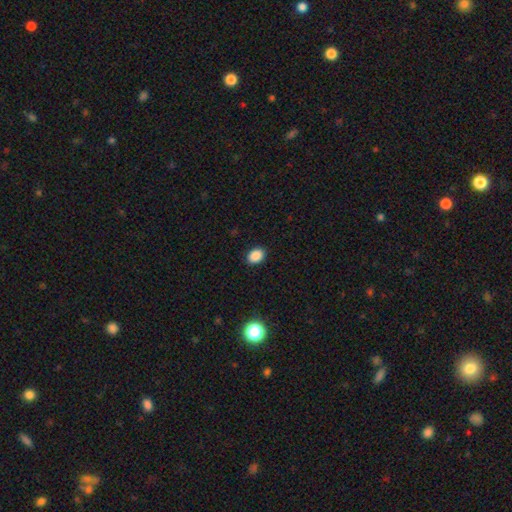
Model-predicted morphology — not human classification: Smooth or featured? Predicted: smooth (p=0.88). How rounded? Predicted: in between (p=0.73). Merging? Predicted: none (p=0.90).